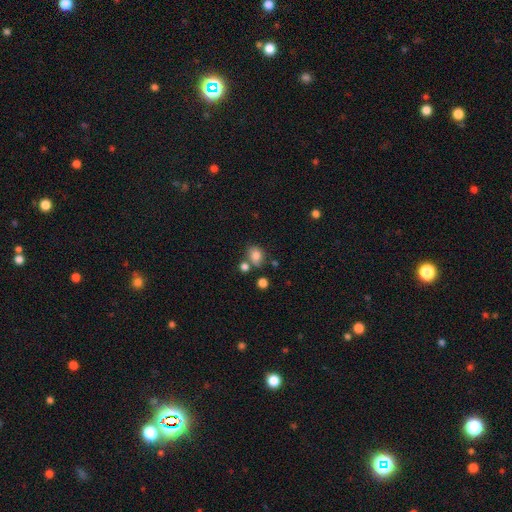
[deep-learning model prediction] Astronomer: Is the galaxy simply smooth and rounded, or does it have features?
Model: smooth — 80%.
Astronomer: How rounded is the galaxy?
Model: in between — 50% (runner-up: round, 49%).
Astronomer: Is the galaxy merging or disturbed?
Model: none — 60%.